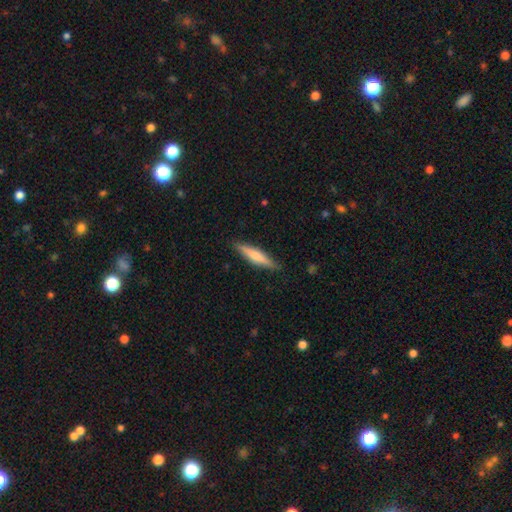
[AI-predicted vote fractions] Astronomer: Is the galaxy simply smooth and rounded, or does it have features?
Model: smooth — 63%.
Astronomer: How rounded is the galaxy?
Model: cigar-shaped — 86%.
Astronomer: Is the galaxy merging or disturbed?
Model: none — 88%.